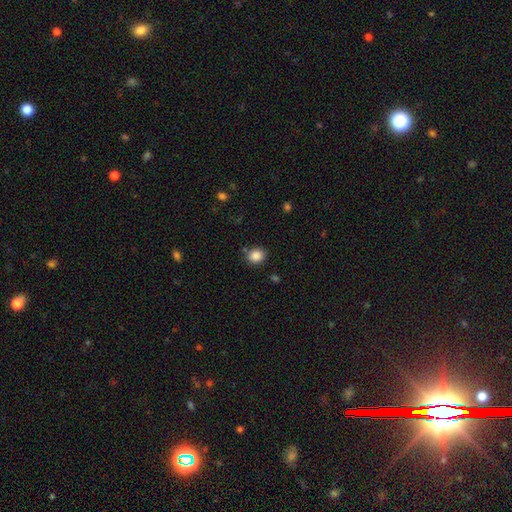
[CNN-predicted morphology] smooth_or_featured: smooth (p=0.87) [alt: star or artifact p=0.10]
how_rounded: round (p=0.70) [alt: in between p=0.29]
merging: none (p=0.82) [alt: minor disturbance p=0.11]